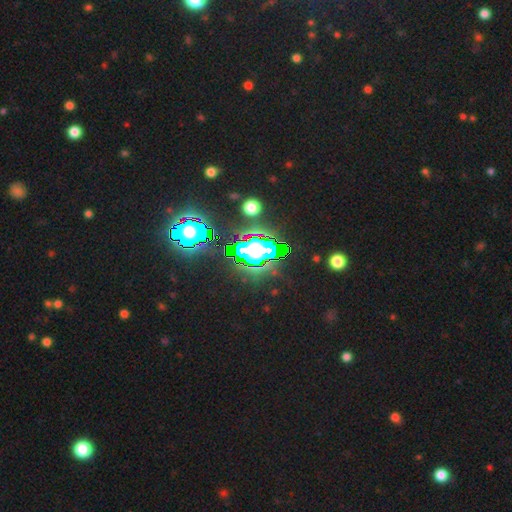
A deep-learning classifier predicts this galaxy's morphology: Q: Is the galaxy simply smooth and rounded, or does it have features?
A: star or artifact — 83%.